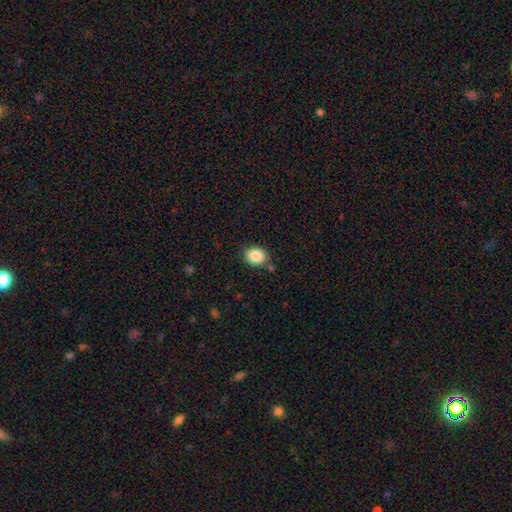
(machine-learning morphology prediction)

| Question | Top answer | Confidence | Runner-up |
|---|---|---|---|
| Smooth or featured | smooth | 87% | star or artifact (9%) |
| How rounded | round | 57% | in between (42%) |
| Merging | none | 84% | minor disturbance (10%) |